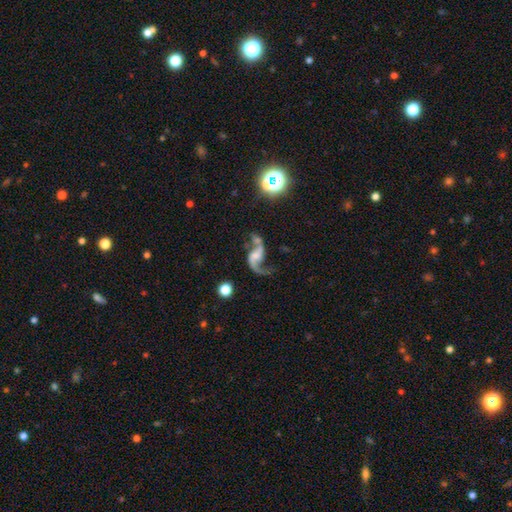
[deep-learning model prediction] Smooth or featured: featured or disk — 84% (smooth — 8%)
Edge-on disk: no — 97% (yes — 3%)
Bar: no — 47% (weak — 37%)
Spiral arms: yes — 94% (no — 6%)
Spiral winding: loose — 87% (medium — 11%)
Spiral arm count: 2 — 82% (1 — 14%)
Bulge size: small — 34% (none — 32%)
Merging: none — 43% (major disturbance — 23%)